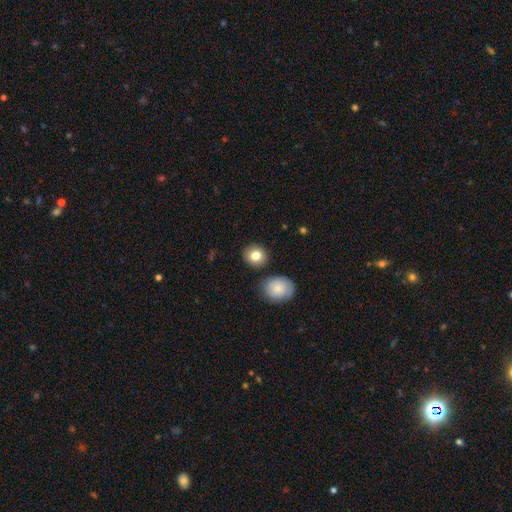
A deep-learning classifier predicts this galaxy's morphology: smooth-or-featured: smooth: 82% | featured or disk: 9% | star or artifact: 9%
  how-rounded: round: 78% | in between: 21% | cigar-shaped: 1%
  merging: none: 84% | minor disturbance: 8% | merger: 6% | major disturbance: 2%